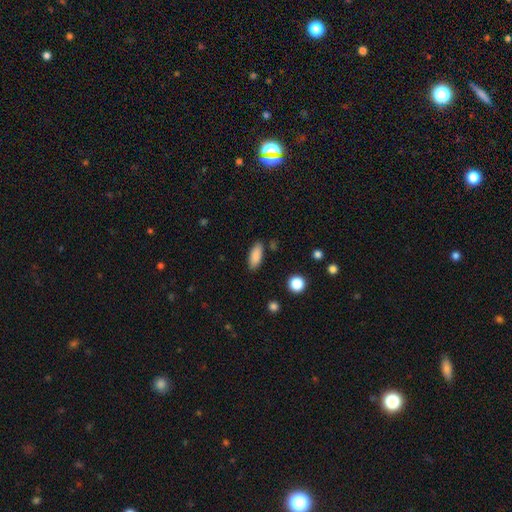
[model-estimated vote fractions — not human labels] smooth 87%, star or artifact 7%, featured or disk 5%. Down the decision tree: how rounded — in between (80%); merging — none (84%).